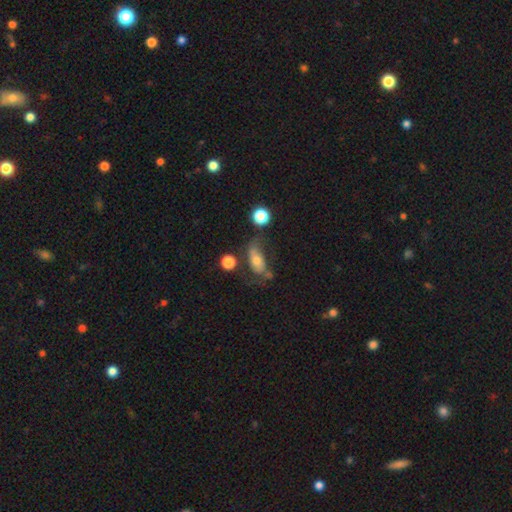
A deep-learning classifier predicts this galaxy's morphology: This appears to be a featured or disk galaxy (43%). Merging: none (43%).